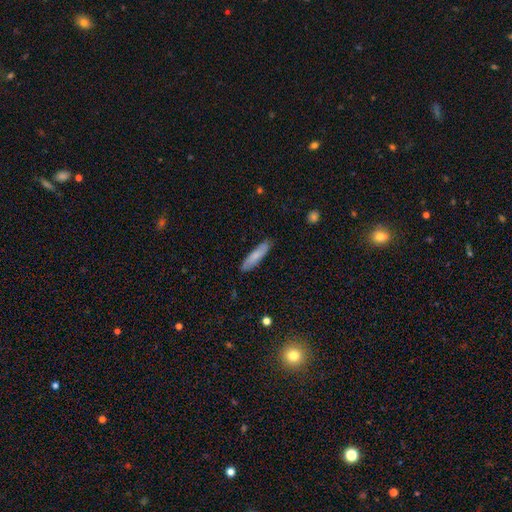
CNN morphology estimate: Smooth or featured? Predicted: smooth (p=0.76). How rounded? Predicted: cigar-shaped (p=0.79). Merging? Predicted: none (p=0.86).